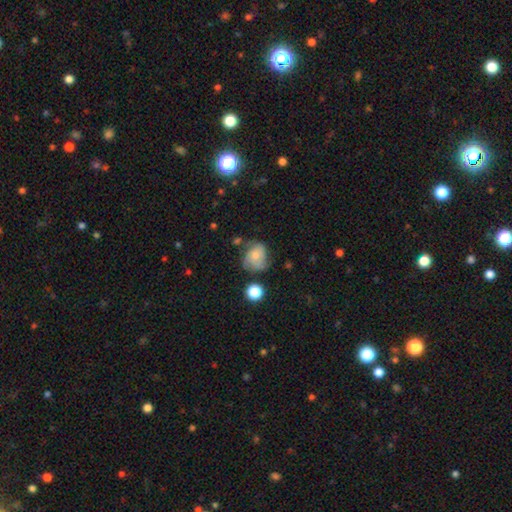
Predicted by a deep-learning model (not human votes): Q: Smooth or featured?
A: featured or disk (46%); runner-up: smooth (44%)
Q: Merging?
A: none (52%); runner-up: minor disturbance (29%)